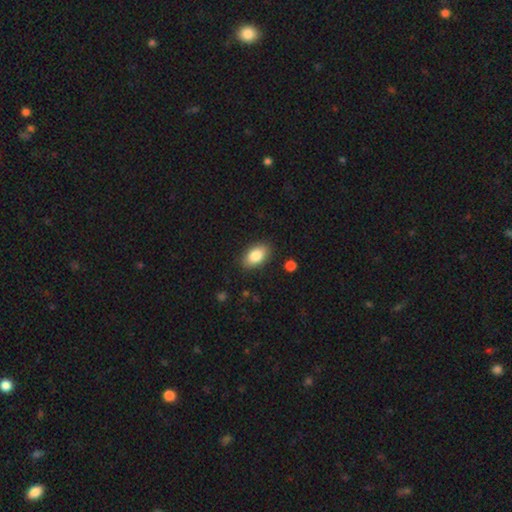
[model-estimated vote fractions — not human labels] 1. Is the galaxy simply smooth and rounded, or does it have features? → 84% smooth, 9% featured or disk, 7% star or artifact.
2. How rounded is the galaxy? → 91% in between, 7% round, 2% cigar-shaped.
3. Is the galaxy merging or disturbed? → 87% none, 9% minor disturbance, 2% major disturbance, 1% merger.